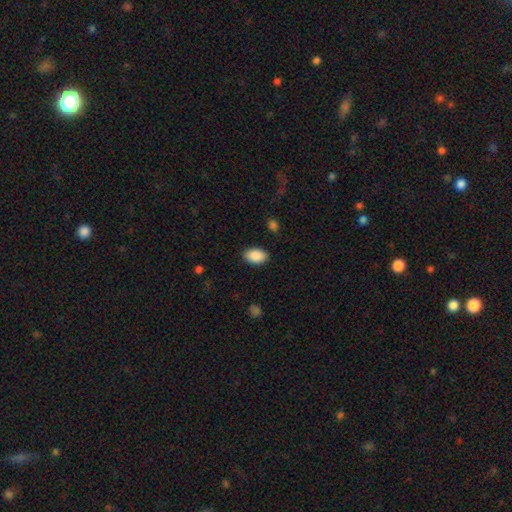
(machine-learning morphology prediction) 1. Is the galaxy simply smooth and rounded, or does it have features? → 90% smooth, 7% star or artifact, 4% featured or disk.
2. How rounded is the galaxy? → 92% in between, 7% round, 1% cigar-shaped.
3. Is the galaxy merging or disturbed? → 87% none, 9% minor disturbance, 2% major disturbance, 1% merger.